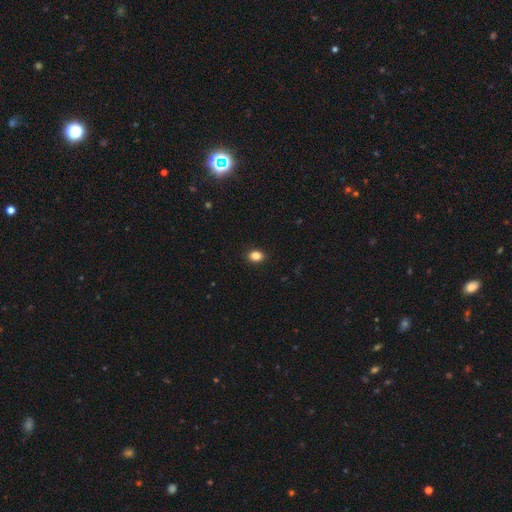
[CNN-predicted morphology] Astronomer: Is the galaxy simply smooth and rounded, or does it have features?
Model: smooth — 87%.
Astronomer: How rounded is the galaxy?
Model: in between — 64%.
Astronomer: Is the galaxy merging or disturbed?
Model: none — 90%.